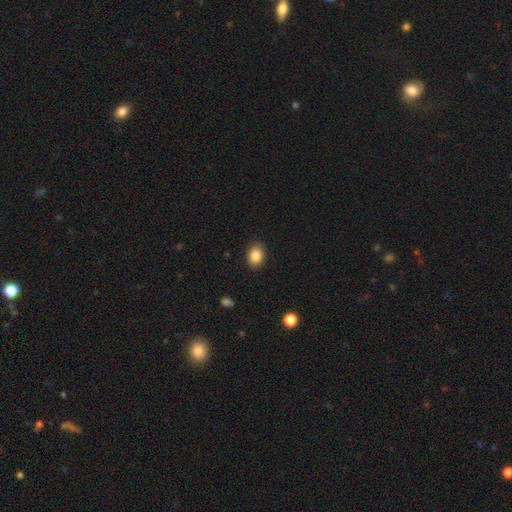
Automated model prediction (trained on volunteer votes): smooth_or_featured: smooth (p=0.86) [alt: star or artifact p=0.09]
how_rounded: in between (p=0.61) [alt: round p=0.39]
merging: none (p=0.89) [alt: minor disturbance p=0.08]